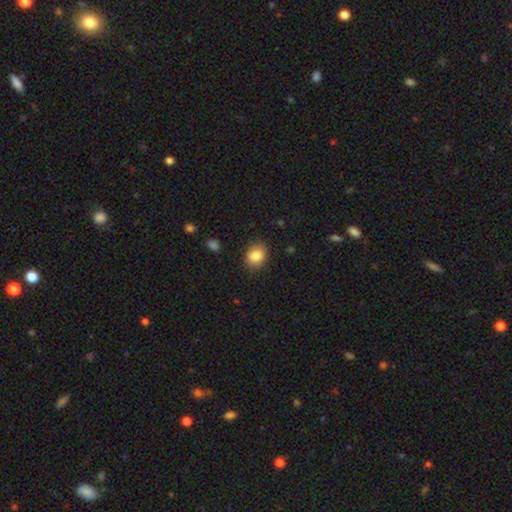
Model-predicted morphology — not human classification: A smooth galaxy with no disk features (84%) that is in between round and cigar-shaped (59%).

Vote fractions:
- Smooth or featured? smooth: 84% / star or artifact: 9% / featured or disk: 7%
- How rounded? in between: 59% / round: 40% / cigar-shaped: 1%
- Merging? none: 85% / minor disturbance: 11% / major disturbance: 3% / merger: 1%